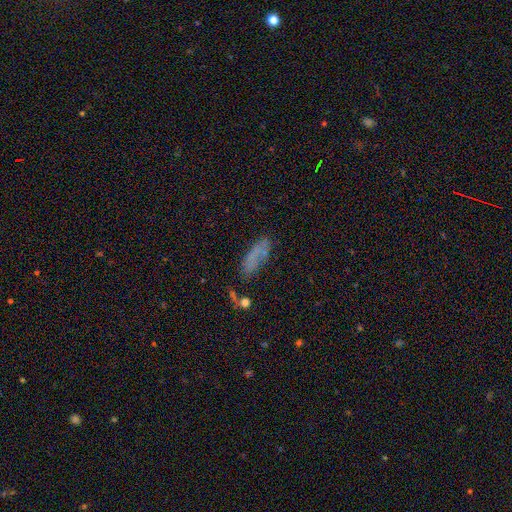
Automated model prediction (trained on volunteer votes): A smooth galaxy with no disk features (66%) that is in between round and cigar-shaped (58%). Merging: none (57%).